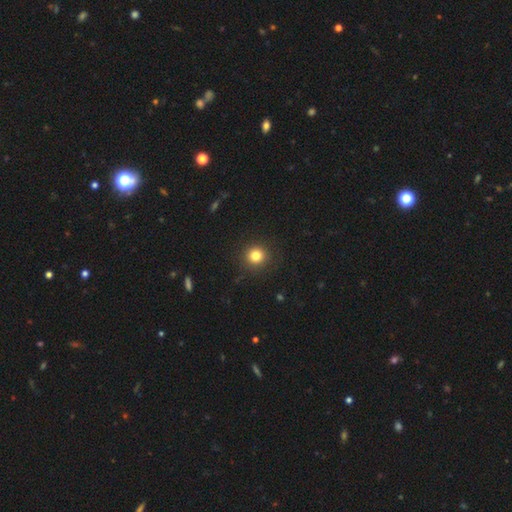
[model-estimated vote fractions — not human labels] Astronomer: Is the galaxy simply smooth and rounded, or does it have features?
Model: smooth — 82%.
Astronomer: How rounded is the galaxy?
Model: round — 94%.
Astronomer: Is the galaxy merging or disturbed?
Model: none — 91%.